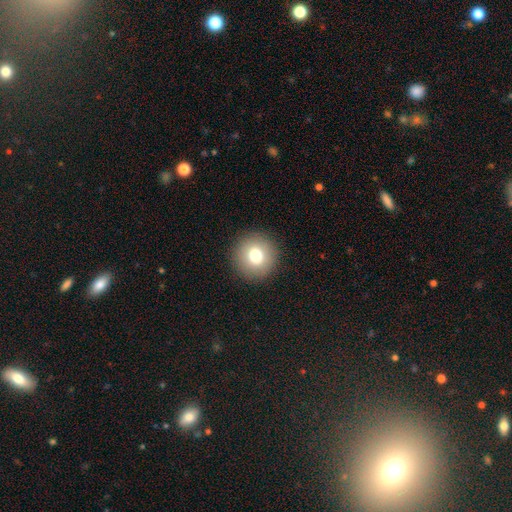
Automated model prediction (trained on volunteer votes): This is likely a smooth galaxy (76%). How rounded: clearly round (94%). Merging: clearly none (91%).